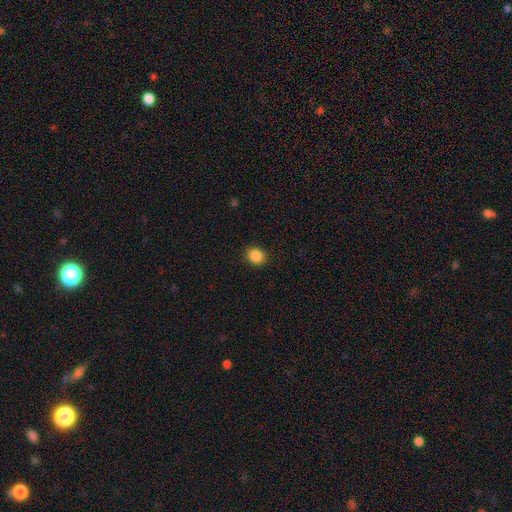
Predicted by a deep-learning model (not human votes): Smooth or featured? smooth (88%)
How rounded? round (73%)
Merging? none (91%)